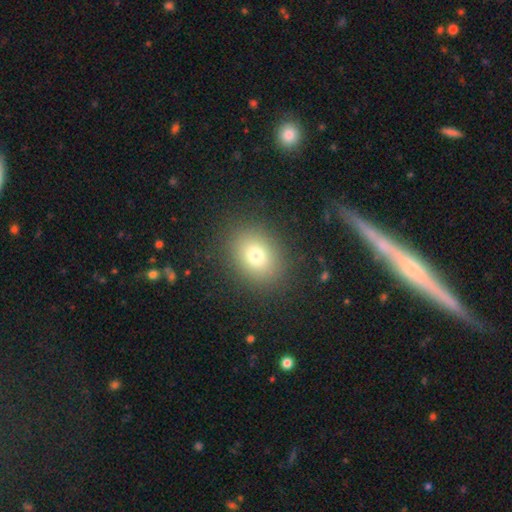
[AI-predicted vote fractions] Smooth or featured?
  - smooth: 77% *
  - star or artifact: 13%
  - featured or disk: 10%
How rounded?
  - in between: 54% *
  - round: 45%
  - cigar-shaped: 1%
Merging?
  - none: 87% *
  - minor disturbance: 8%
  - major disturbance: 4%
  - merger: 1%